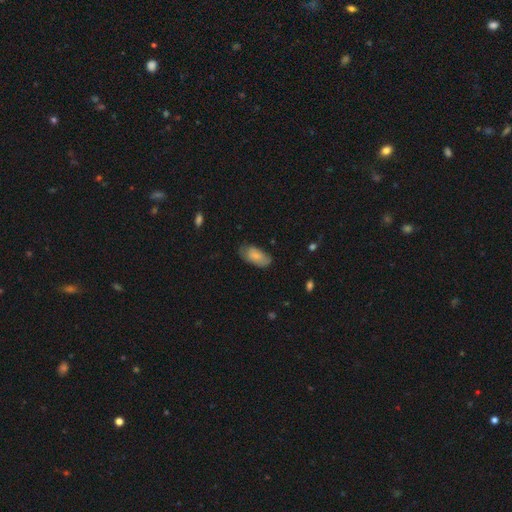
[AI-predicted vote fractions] Smooth or featured? Predicted: smooth (p=0.78). How rounded? Predicted: in between (p=0.93). Merging? Predicted: none (p=0.61).